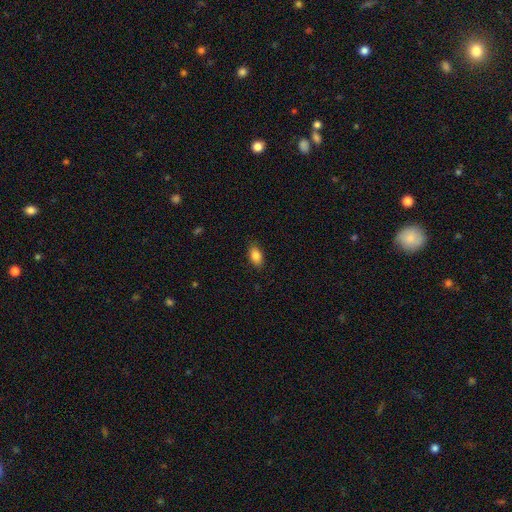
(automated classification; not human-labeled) smooth_or_featured: smooth (p=0.85) [alt: star or artifact p=0.08]
how_rounded: in between (p=0.90) [alt: round p=0.07]
merging: none (p=0.86) [alt: minor disturbance p=0.11]